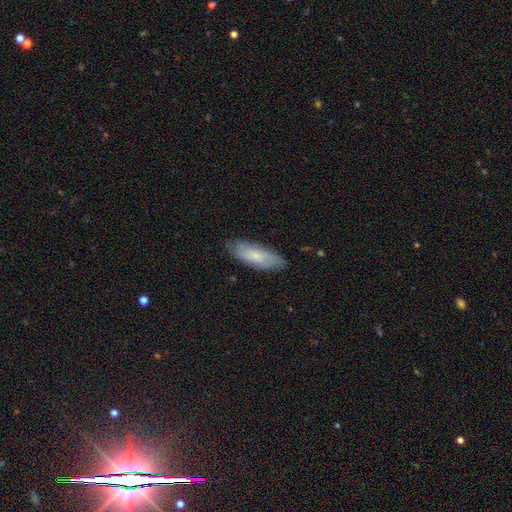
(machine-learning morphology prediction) A smooth galaxy with no disk features (60%) that is in between round and cigar-shaped (64%). Merging: none (79%).